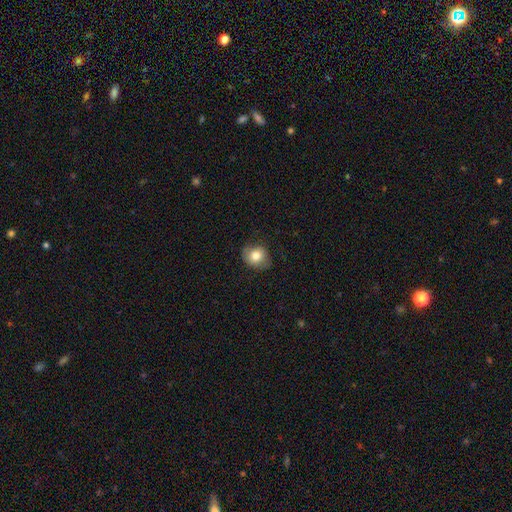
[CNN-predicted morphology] Smooth or featured?
  - smooth: 77% *
  - featured or disk: 15%
  - star or artifact: 9%
How rounded?
  - round: 63% *
  - in between: 36%
  - cigar-shaped: 1%
Merging?
  - none: 74% *
  - minor disturbance: 20%
  - major disturbance: 6%
  - merger: 1%